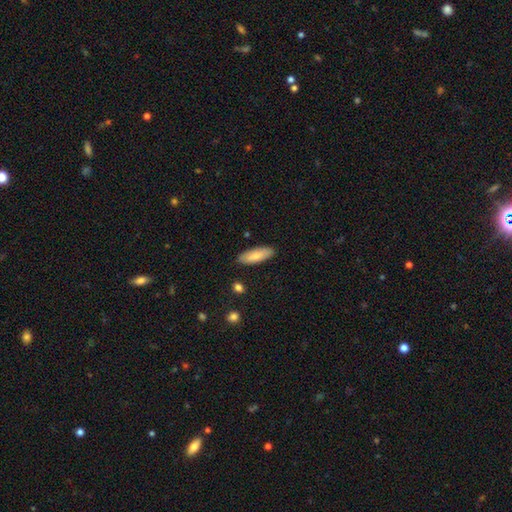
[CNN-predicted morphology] Q: Smooth or featured?
A: smooth (83%); runner-up: featured or disk (12%)
Q: How rounded?
A: in between (64%); runner-up: cigar-shaped (34%)
Q: Merging?
A: none (87%); runner-up: minor disturbance (10%)